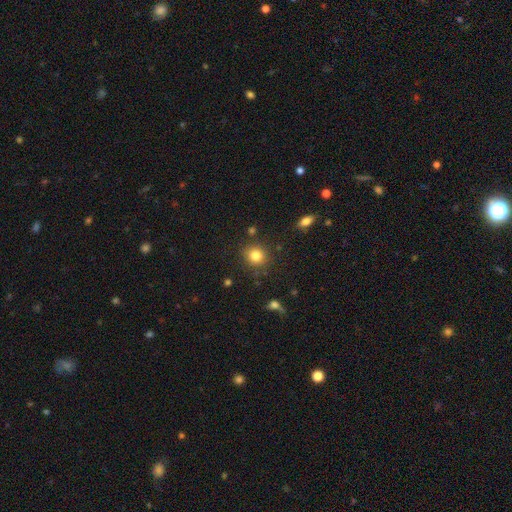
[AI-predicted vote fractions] Smooth or featured? smooth (82%)
How rounded? round (85%)
Merging? none (85%)